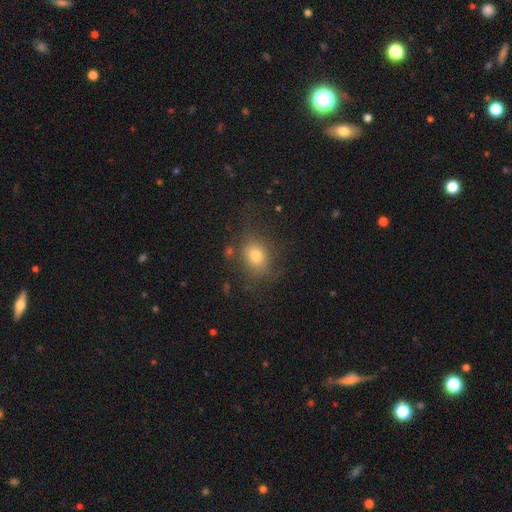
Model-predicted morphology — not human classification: Overall: smooth (74%). How rounded: round (60%; in between 39%). Merging: none (69%).